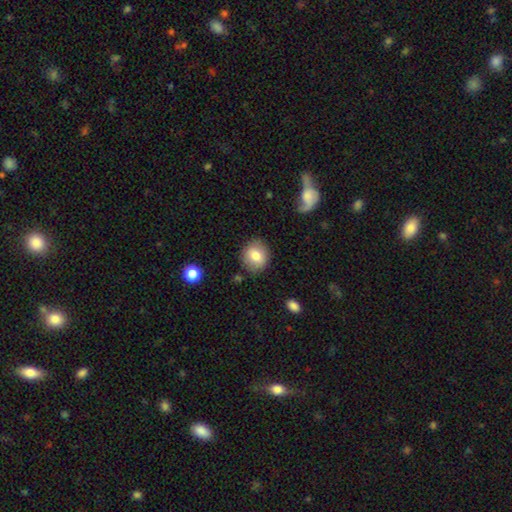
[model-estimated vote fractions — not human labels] Smooth or featured: smooth — 78% (featured or disk — 14%)
How rounded: round — 76% (in between — 23%)
Merging: none — 82% (minor disturbance — 13%)